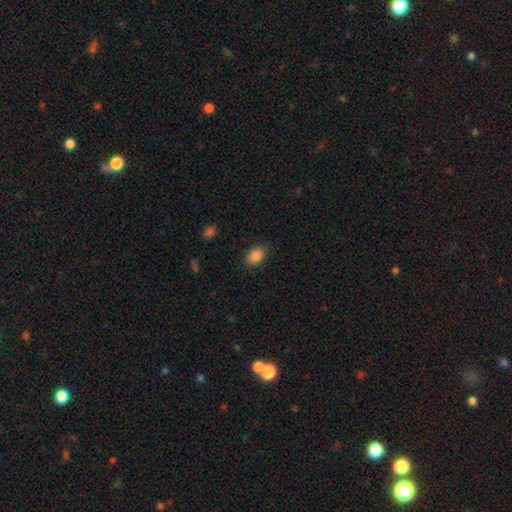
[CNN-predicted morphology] Smooth or featured: smooth — 88% (star or artifact — 8%)
How rounded: in between — 87% (round — 12%)
Merging: none — 85% (minor disturbance — 11%)